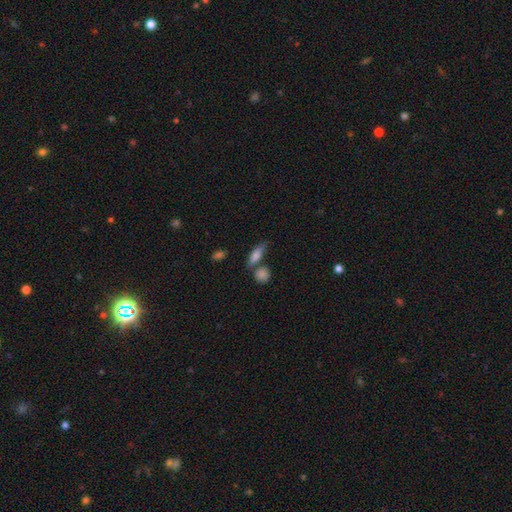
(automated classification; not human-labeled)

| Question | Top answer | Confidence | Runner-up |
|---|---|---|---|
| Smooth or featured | smooth | 77% | featured or disk (15%) |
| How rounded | in between | 56% | cigar-shaped (36%) |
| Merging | none | 60% | merger (21%) |